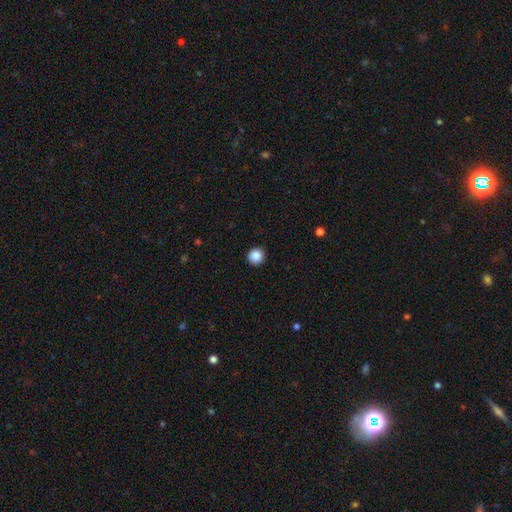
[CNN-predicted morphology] This appears to be a smooth galaxy with no disk features (88%) that is round (96%). Merging: none (93%).